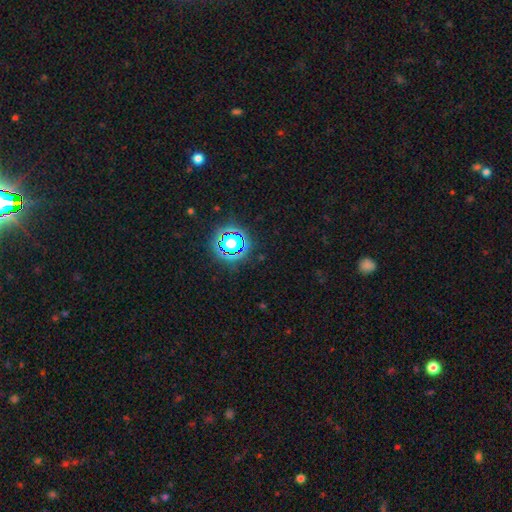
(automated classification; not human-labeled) star or artifact 78%, smooth 15%, featured or disk 7%.